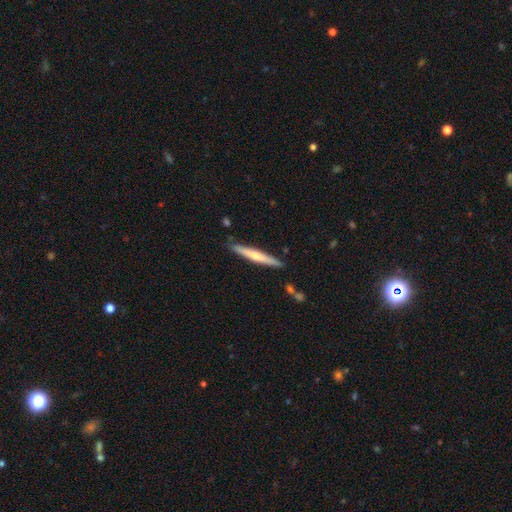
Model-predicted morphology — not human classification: Overall: smooth (50%; featured or disk 45%). Merging: none (87%).